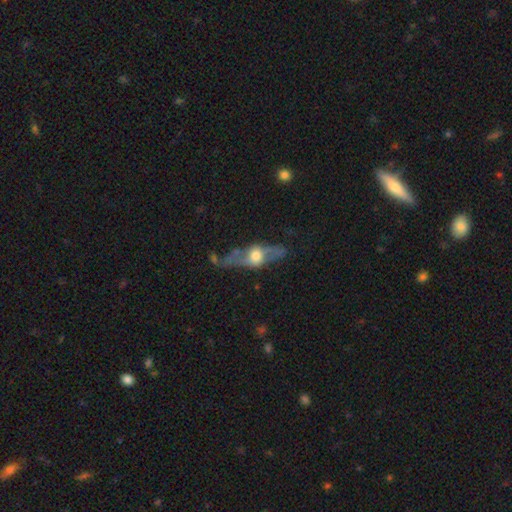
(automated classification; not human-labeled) smooth-or-featured: featured or disk: 69% | smooth: 24% | star or artifact: 7%
  disk-edge-on: yes: 69% | no: 31%
  merging: none: 58% | minor disturbance: 21% | major disturbance: 15% | merger: 6%